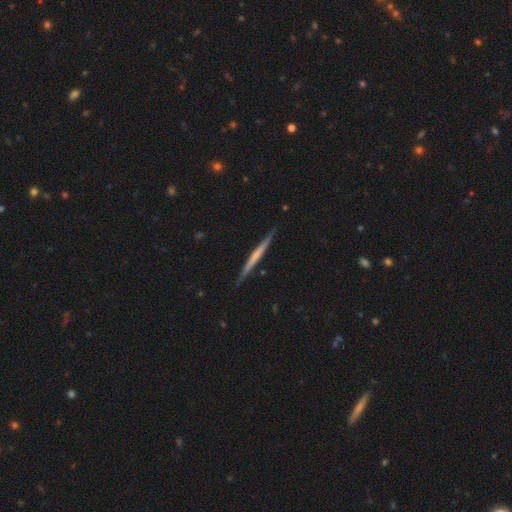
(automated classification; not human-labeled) Smooth or featured? featured or disk (57%)
Edge-on disk? yes (98%)
Edge-on bulge? none (76%)
Merging? none (90%)